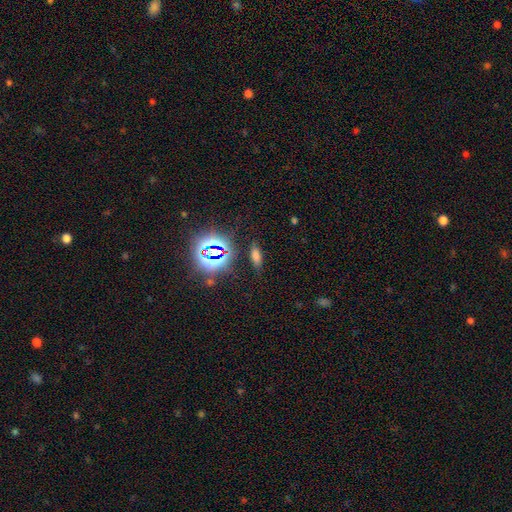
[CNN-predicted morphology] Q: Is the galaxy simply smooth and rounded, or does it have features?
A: smooth — 60%.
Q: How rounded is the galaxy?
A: in between — 57%.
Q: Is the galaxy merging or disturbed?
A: none — 84%.